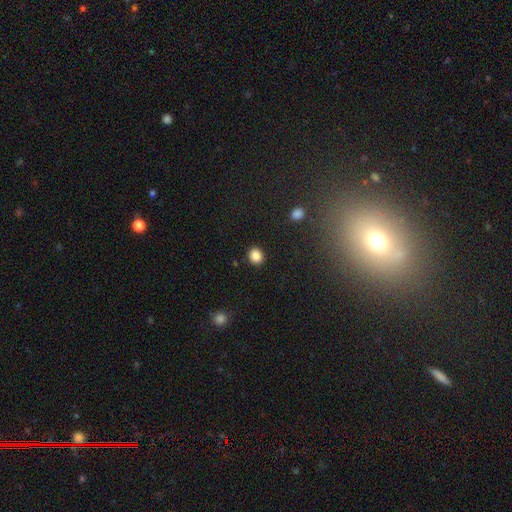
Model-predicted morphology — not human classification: Smooth or featured: smooth — 87% (star or artifact — 10%)
How rounded: round — 72% (in between — 27%)
Merging: none — 90% (minor disturbance — 6%)